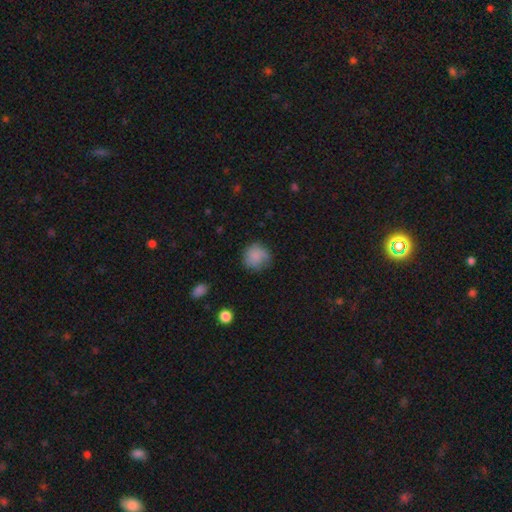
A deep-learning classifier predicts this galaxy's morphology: smooth 80%, featured or disk 11%, star or artifact 9%. Down the decision tree: how rounded — round (85%); merging — none (67%).